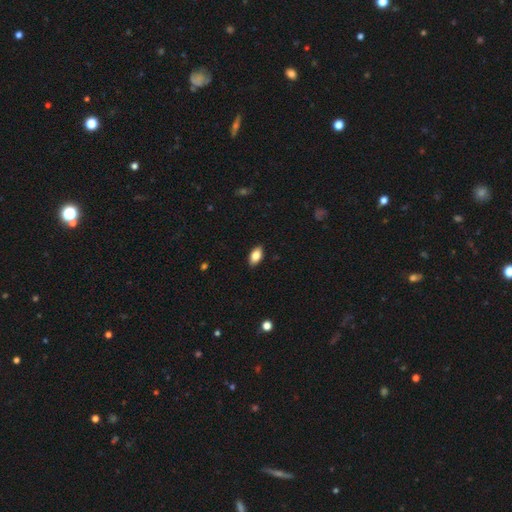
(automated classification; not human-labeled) A smooth galaxy with no disk features (83%) that is in between round and cigar-shaped (92%). Merging: none (88%).